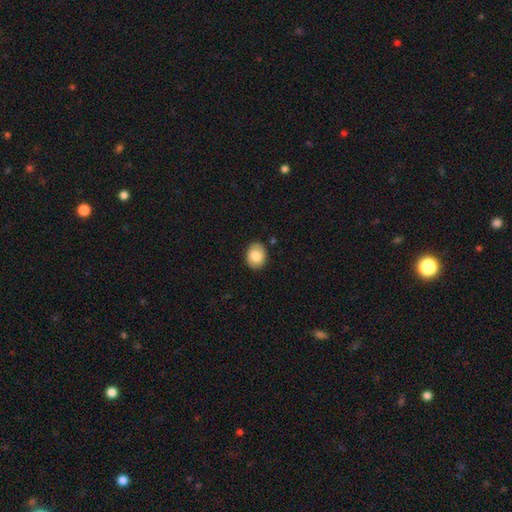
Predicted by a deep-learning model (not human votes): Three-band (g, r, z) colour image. It shows a smooth galaxy with no disk features (81%) that is round (50%). Merging: none (87%).